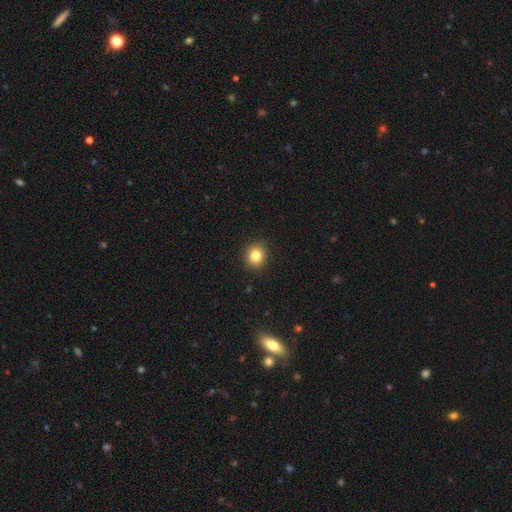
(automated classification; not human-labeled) smooth_or_featured: smooth (p=0.83) [alt: star or artifact p=0.11]
how_rounded: round (p=0.78) [alt: in between p=0.21]
merging: none (p=0.91) [alt: minor disturbance p=0.07]